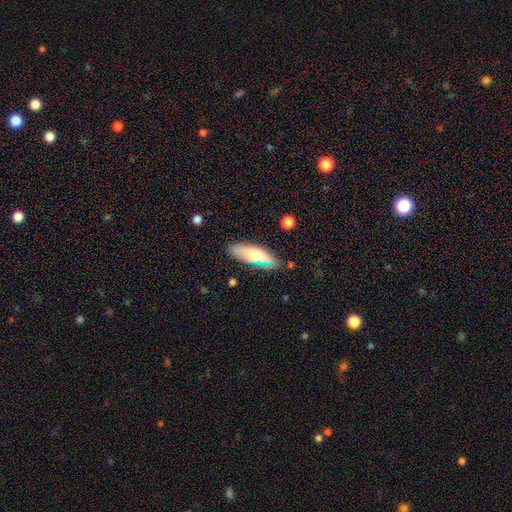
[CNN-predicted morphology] This is likely a smooth galaxy (70%). How rounded: likely in between (60%). Merging: likely none (79%).